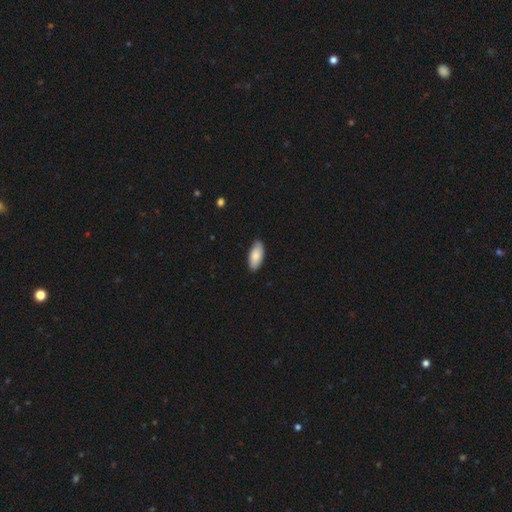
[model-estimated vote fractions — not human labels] A smooth galaxy with no disk features (85%) that is in between round and cigar-shaped (91%). Merging: none (87%).